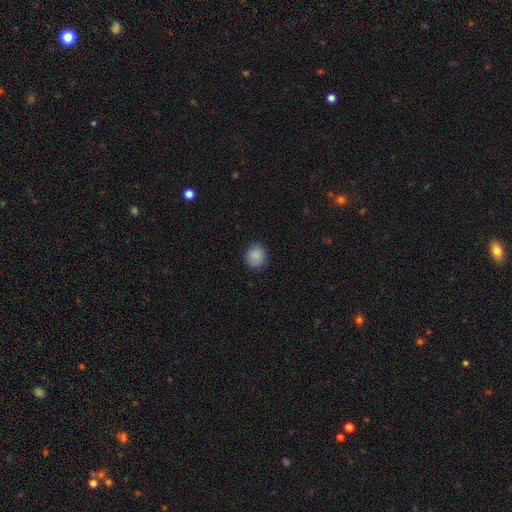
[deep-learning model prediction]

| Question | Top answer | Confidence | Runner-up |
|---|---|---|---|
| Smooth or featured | smooth | 88% | star or artifact (8%) |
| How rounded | round | 83% | in between (16%) |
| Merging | none | 87% | minor disturbance (10%) |